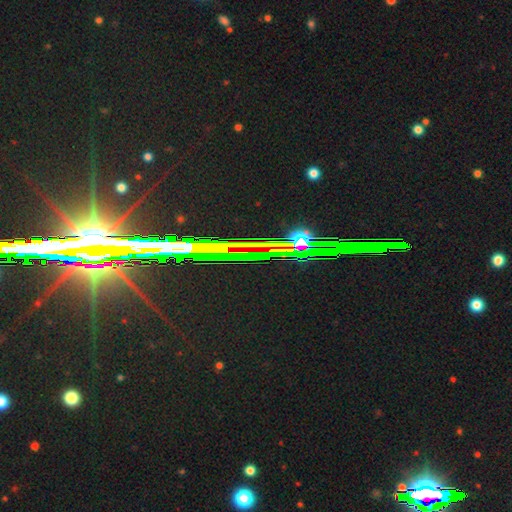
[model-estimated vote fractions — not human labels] Smooth or featured? Predicted: star or artifact (p=0.82).